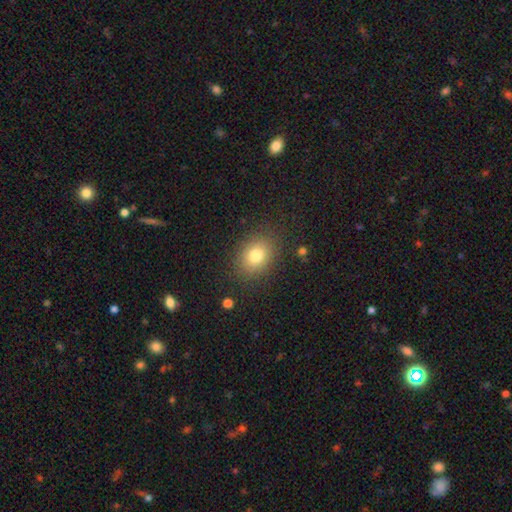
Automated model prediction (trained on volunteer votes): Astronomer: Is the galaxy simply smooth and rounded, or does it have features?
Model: smooth — 78%.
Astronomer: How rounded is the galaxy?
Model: in between — 57% (runner-up: round, 42%).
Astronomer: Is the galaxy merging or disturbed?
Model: none — 84%.